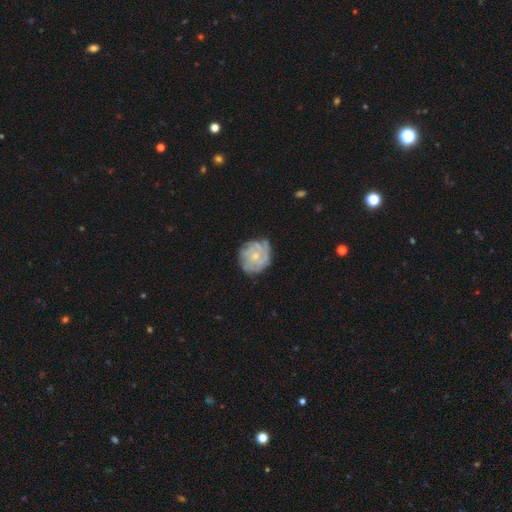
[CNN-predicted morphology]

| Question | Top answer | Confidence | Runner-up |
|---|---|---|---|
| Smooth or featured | featured or disk | 80% | smooth (15%) |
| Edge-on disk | no | 98% | yes (2%) |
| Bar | no | 77% | weak (20%) |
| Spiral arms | yes | 94% | no (6%) |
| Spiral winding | tight | 74% | medium (21%) |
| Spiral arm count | can't tell | 35% | 4 (22%) |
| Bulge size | small | 60% | moderate (35%) |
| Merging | none | 75% | minor disturbance (18%) |